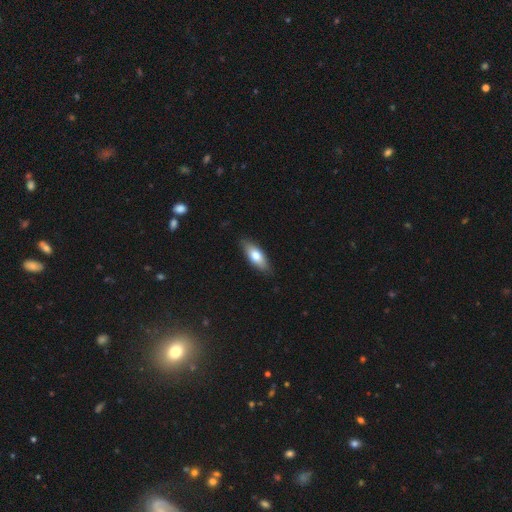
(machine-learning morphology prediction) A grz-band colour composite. It shows a smooth galaxy with no disk features (69%) that is in between round and cigar-shaped (73%). Merging: none (85%).